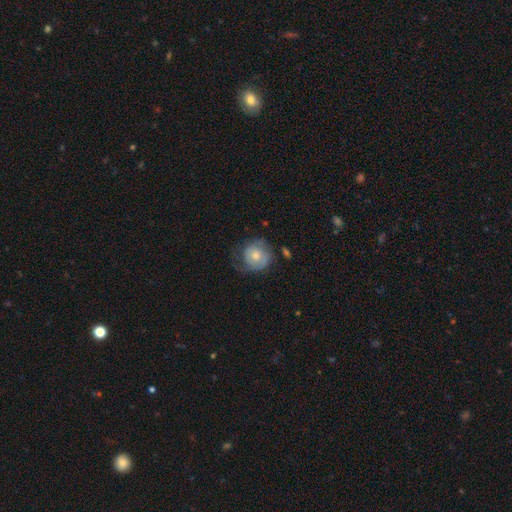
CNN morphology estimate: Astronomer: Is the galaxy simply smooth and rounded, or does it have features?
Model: smooth — 50% (runner-up: featured or disk, 43%).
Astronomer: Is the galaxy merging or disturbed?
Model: none — 49% (runner-up: minor disturbance, 27%).